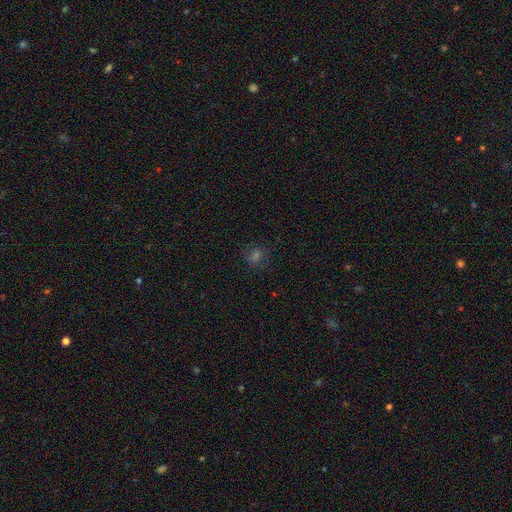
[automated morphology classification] smooth 55%, star or artifact 34%, featured or disk 11%. Down the decision tree: how rounded — round (81%); merging — none (84%).